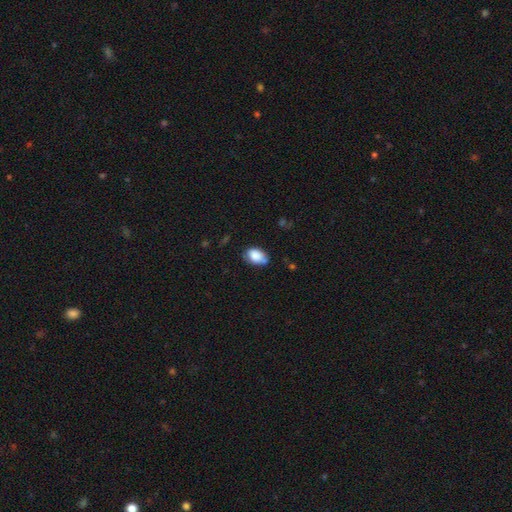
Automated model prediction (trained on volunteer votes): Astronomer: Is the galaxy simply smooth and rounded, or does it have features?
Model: smooth — 83%.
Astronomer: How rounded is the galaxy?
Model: in between — 83%.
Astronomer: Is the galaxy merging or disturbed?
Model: none — 60%.